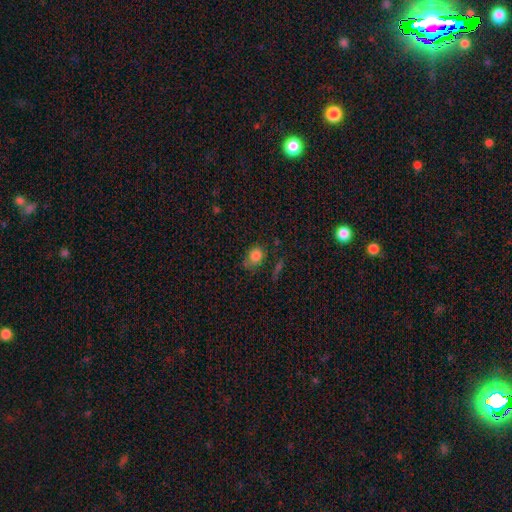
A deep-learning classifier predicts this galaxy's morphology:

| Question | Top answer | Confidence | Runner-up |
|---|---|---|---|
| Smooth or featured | smooth | 81% | star or artifact (13%) |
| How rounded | in between | 54% | round (44%) |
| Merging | none | 63% | minor disturbance (22%) |